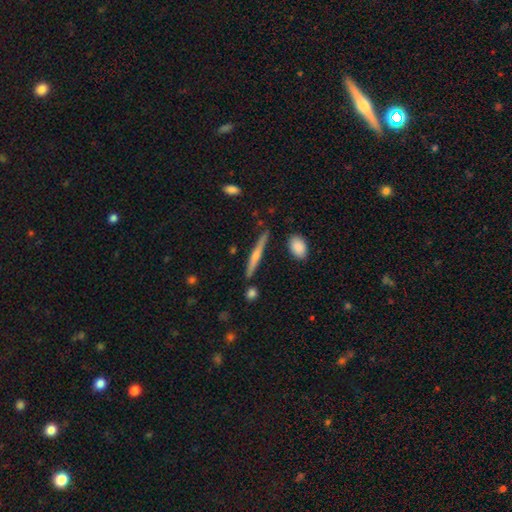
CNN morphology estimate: featured or disk 63%, smooth 26%, star or artifact 11%. Down the decision tree: edge-on disk — yes (95%); edge-on bulge — rounded (72%); merging — none (81%).